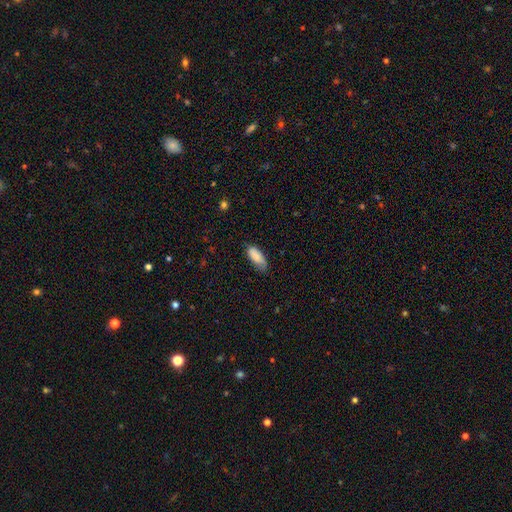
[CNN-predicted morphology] This is clearly a smooth galaxy (83%). How rounded: clearly in between (84%). Merging: likely none (66%).